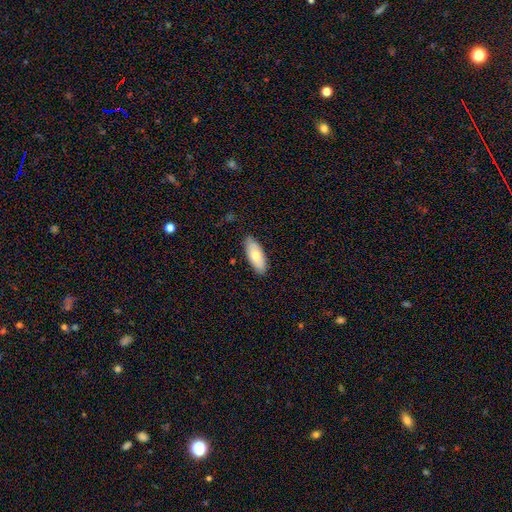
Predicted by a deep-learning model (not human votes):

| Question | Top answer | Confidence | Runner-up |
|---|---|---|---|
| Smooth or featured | smooth | 70% | featured or disk (24%) |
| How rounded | in between | 80% | cigar-shaped (18%) |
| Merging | none | 86% | minor disturbance (11%) |